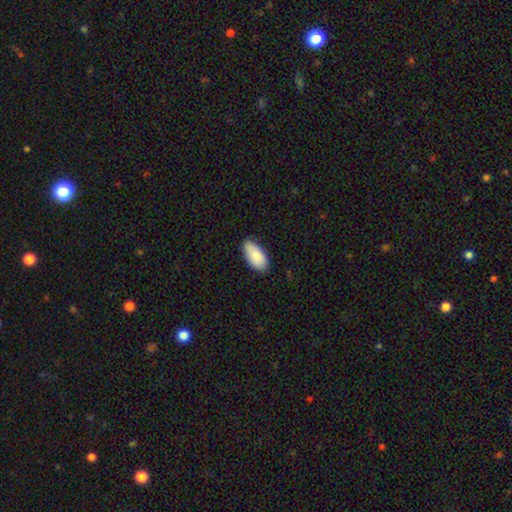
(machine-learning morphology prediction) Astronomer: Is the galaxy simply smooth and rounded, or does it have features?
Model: smooth — 88%.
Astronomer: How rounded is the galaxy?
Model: in between — 93%.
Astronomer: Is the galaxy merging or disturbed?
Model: none — 81%.